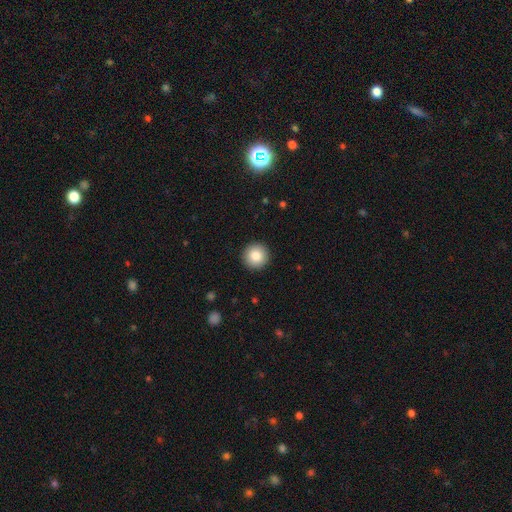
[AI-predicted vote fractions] Q: Smooth or featured?
A: smooth (85%); runner-up: star or artifact (8%)
Q: How rounded?
A: round (96%); runner-up: in between (3%)
Q: Merging?
A: none (93%); runner-up: minor disturbance (4%)